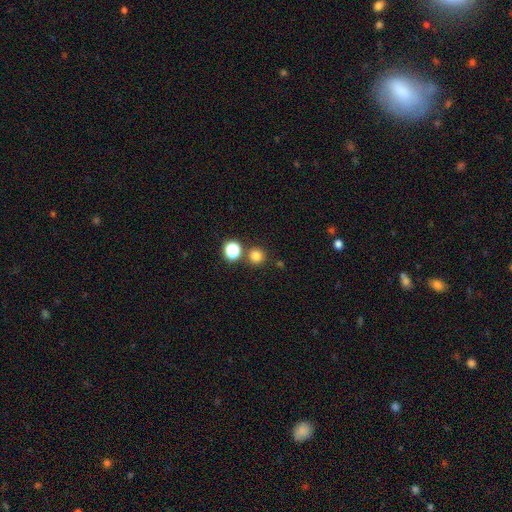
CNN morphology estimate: The model was most divided on "smooth or featured": smooth: 78%, star or artifact: 17%, featured or disk: 5%. More confident: how rounded — round (94%); merging — none (81%).